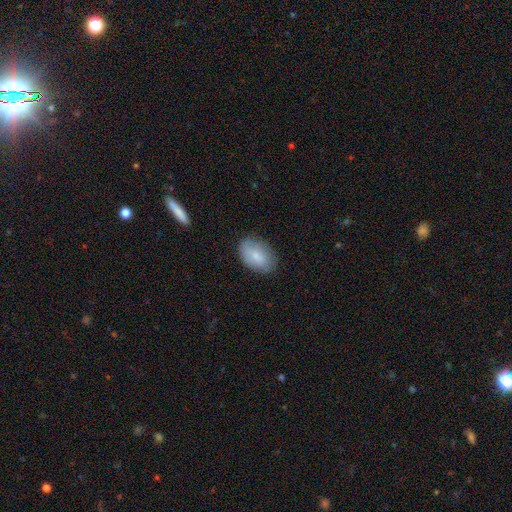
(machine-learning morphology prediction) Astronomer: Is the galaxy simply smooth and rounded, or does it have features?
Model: smooth — 79%.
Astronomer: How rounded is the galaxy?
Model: in between — 91%.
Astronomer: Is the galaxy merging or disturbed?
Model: none — 79%.